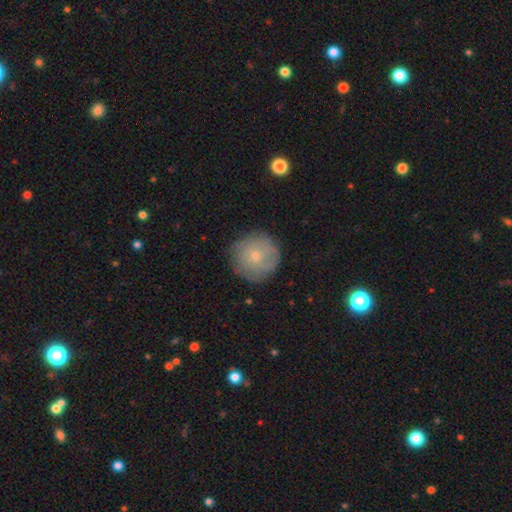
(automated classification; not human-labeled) Smooth or featured? Predicted: smooth (p=0.62). How rounded? Predicted: round (p=0.94). Merging? Predicted: none (p=0.80).